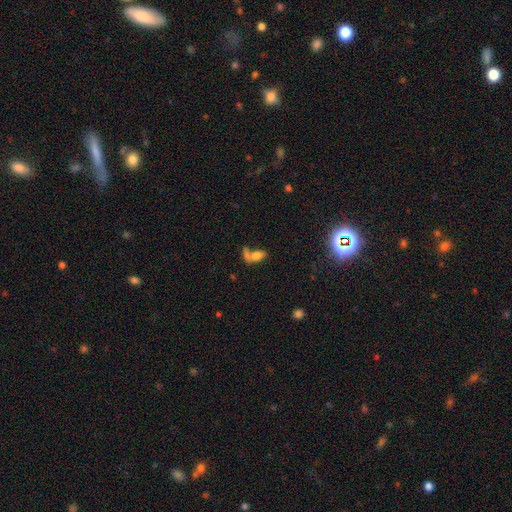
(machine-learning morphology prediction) type=smooth (68%); roundness=in between (82%); merging=merger (48%).